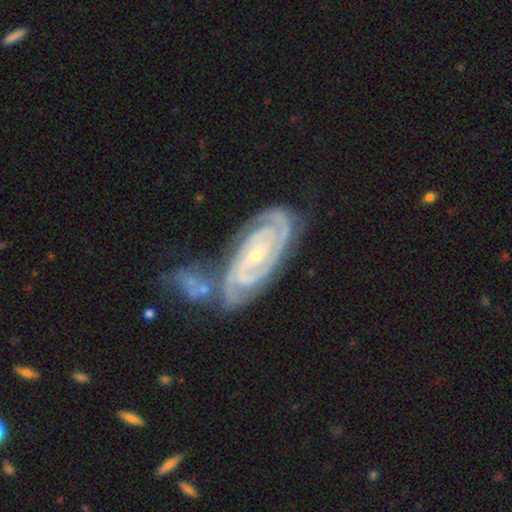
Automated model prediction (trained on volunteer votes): featured or disk 92%, star or artifact 5%, smooth 4%. Down the decision tree: edge-on disk — no (96%); bar — no (48%); spiral arms — yes (98%); spiral arm count — 2 (58%); spiral winding — tight (81%); bulge size — small (73%); merging — none (52%).